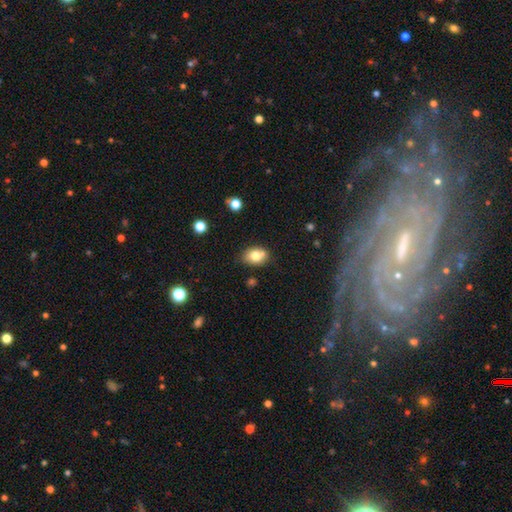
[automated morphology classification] Overall: smooth (77%). How rounded: in between (67%; round 32%). Merging: none (70%).